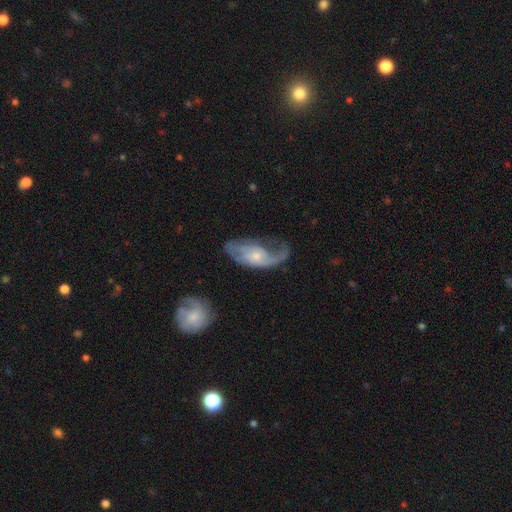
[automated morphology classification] Q: Smooth or featured?
A: featured or disk (70%); runner-up: smooth (24%)
Q: Edge-on disk?
A: no (93%); runner-up: yes (7%)
Q: Bar?
A: no (73%); runner-up: weak (24%)
Q: Spiral arms?
A: yes (84%); runner-up: no (16%)
Q: Spiral winding?
A: loose (41%); runner-up: medium (37%)
Q: Spiral arm count?
A: 2 (38%); runner-up: 1 (37%)
Q: Bulge size?
A: small (55%); runner-up: moderate (37%)
Q: Merging?
A: none (39%); runner-up: major disturbance (32%)